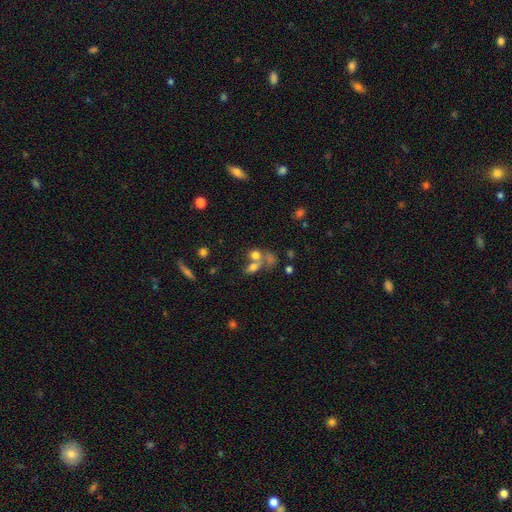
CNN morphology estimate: The model was most divided on "how rounded": round: 51%, in between: 46%, cigar-shaped: 3%. More confident: smooth or featured — smooth (65%); merging — merger (54%).